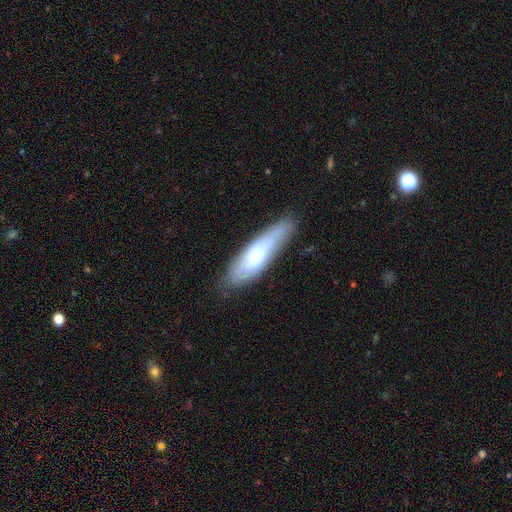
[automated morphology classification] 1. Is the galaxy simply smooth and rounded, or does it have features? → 60% smooth, 33% featured or disk, 7% star or artifact.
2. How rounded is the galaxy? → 60% cigar-shaped, 38% in between, 2% round.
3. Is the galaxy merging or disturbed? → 71% none, 21% minor disturbance, 6% major disturbance, 2% merger.